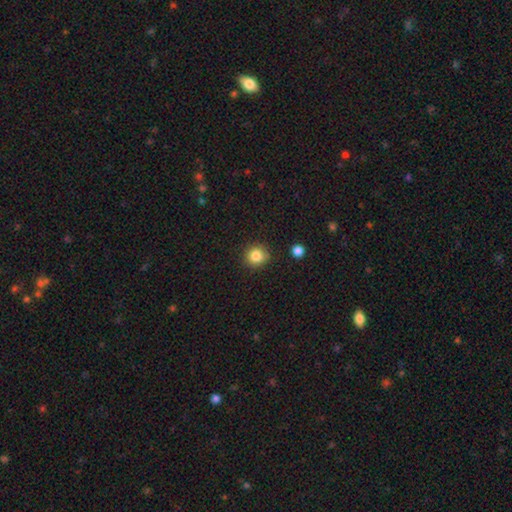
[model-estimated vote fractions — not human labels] Overall: smooth (85%). How rounded: round (91%). Merging: none (85%).